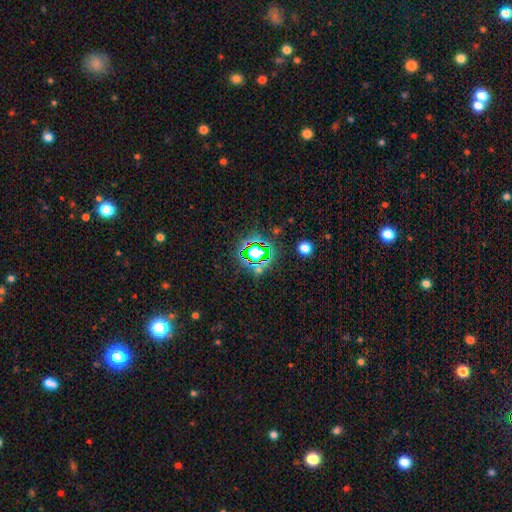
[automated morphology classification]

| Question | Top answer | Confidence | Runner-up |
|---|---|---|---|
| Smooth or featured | star or artifact | 68% | smooth (20%) |